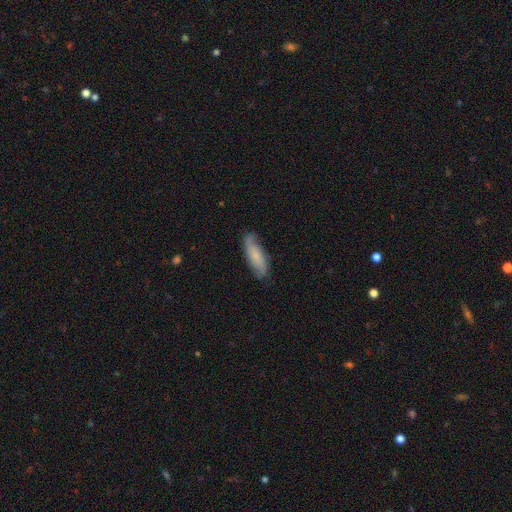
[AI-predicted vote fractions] This appears to be a smooth galaxy with no disk features (56%) that is in between round and cigar-shaped (56%). Merging: none (73%).